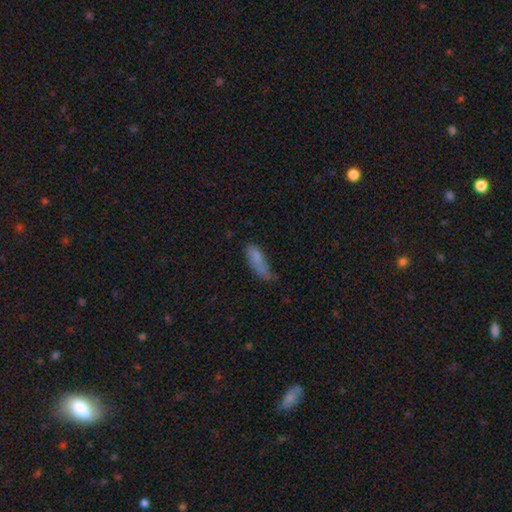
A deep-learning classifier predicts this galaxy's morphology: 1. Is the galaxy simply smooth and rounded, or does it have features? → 76% smooth, 14% featured or disk, 10% star or artifact.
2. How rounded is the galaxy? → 58% in between, 40% cigar-shaped, 2% round.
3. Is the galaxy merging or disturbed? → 36% none (tied), 36% minor disturbance (tied), 22% major disturbance, 6% merger.